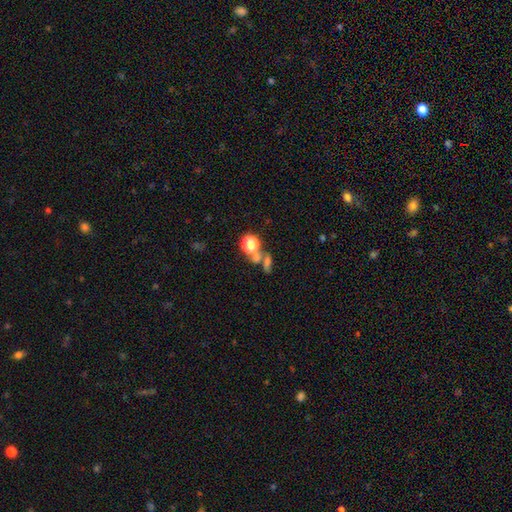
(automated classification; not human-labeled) A star or artifact, not a galaxy (43%).

Vote fractions:
- Smooth or featured? star or artifact: 43% / smooth: 42% / featured or disk: 16%